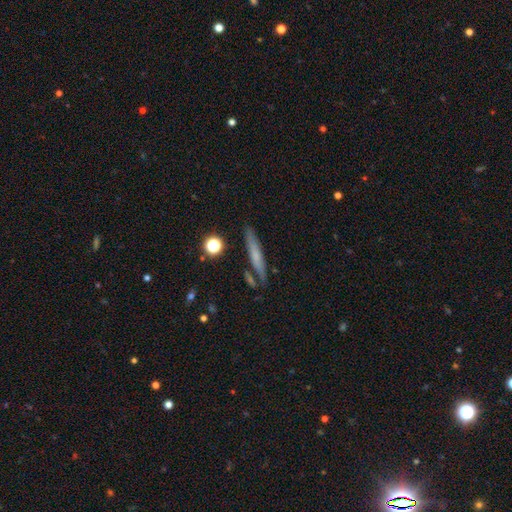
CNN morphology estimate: A smooth galaxy with no disk features (55%) that is cigar-shaped (89%).

Vote fractions:
- Smooth or featured? smooth: 55% / featured or disk: 36% / star or artifact: 9%
- How rounded? cigar-shaped: 89% / in between: 8% / round: 4%
- Merging? none: 79% / minor disturbance: 12% / merger: 6% / major disturbance: 3%